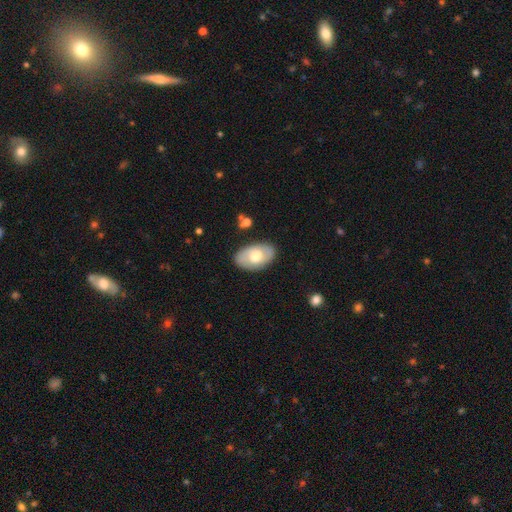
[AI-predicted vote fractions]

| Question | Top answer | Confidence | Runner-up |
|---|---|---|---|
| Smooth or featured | smooth | 56% | featured or disk (39%) |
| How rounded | in between | 92% | round (7%) |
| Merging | none | 84% | minor disturbance (11%) |